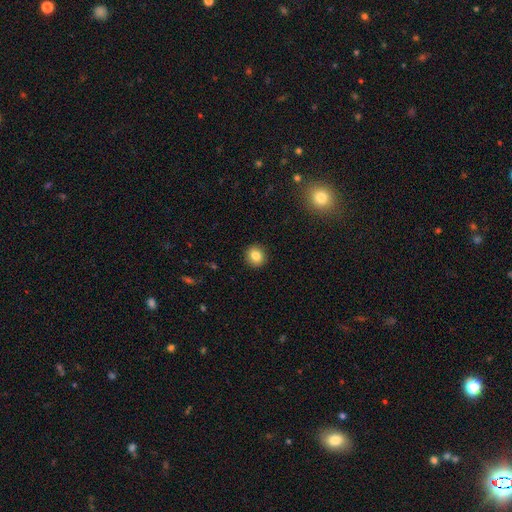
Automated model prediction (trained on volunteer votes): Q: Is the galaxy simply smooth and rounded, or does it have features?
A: smooth — 84%.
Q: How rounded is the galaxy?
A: round — 84%.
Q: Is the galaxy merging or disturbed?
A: none — 92%.